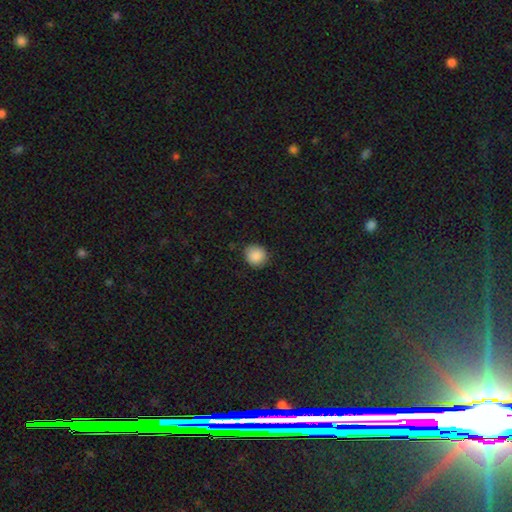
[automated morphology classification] This appears to be a smooth galaxy with no disk features (89%) that is round (87%). Merging: none (85%).